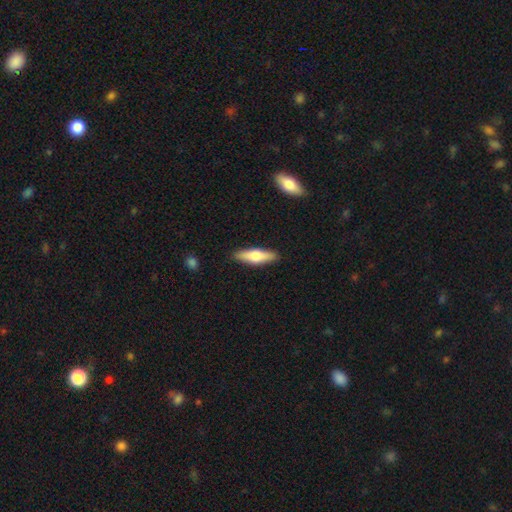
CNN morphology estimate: A smooth galaxy with no disk features (62%) that is cigar-shaped (57%).

Vote fractions:
- Smooth or featured? smooth: 62% / featured or disk: 33% / star or artifact: 5%
- How rounded? cigar-shaped: 57% / in between: 41% / round: 2%
- Merging? none: 89% / minor disturbance: 8% / major disturbance: 2% / merger: 1%